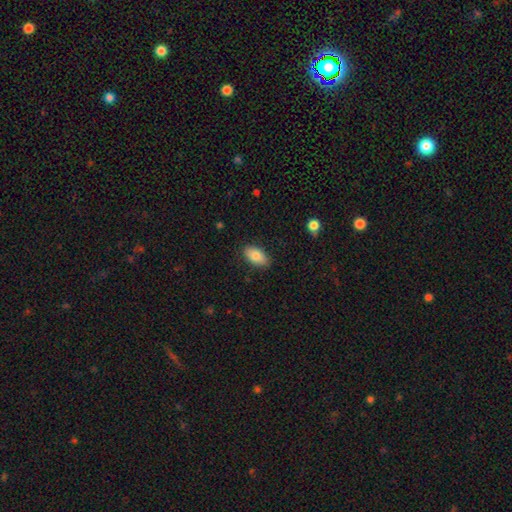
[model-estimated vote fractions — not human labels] This appears to be a smooth galaxy with no disk features (82%) that is in between round and cigar-shaped (93%). Merging: none (86%).